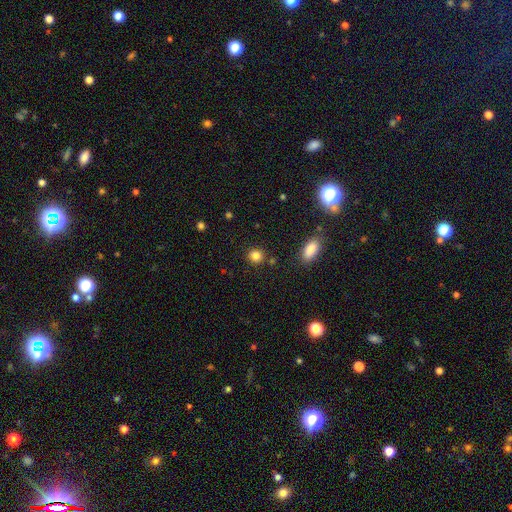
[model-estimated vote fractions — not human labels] Smooth or featured? smooth (83%)
How rounded? round (86%)
Merging? none (87%)